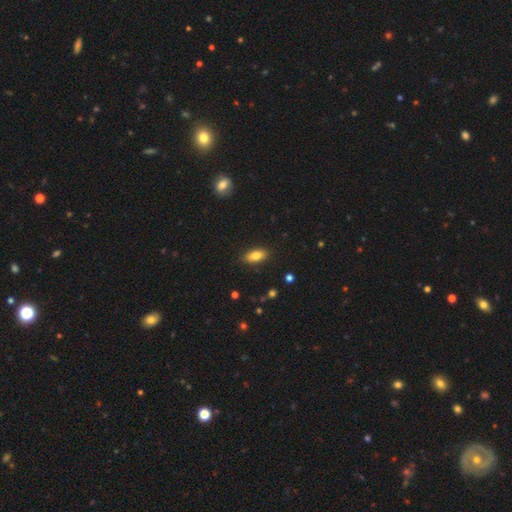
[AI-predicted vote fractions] Smooth or featured? Predicted: smooth (p=0.80). How rounded? Predicted: in between (p=0.85). Merging? Predicted: none (p=0.85).